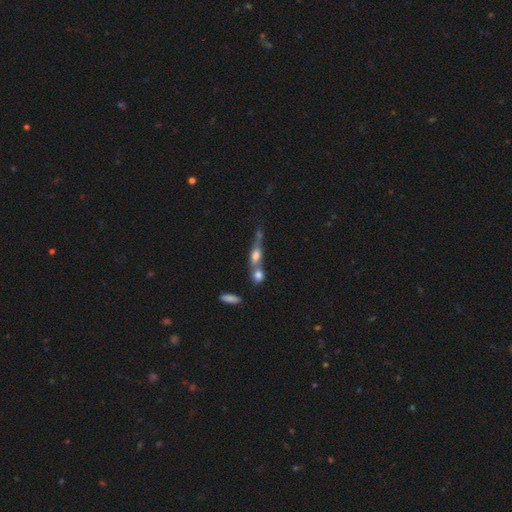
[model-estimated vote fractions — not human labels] smooth 53%, featured or disk 35%, star or artifact 12%. Down the decision tree: how rounded — cigar-shaped (44%); merging — merger (56%).